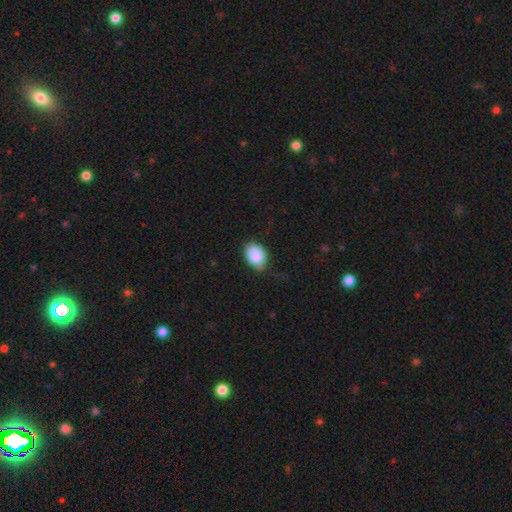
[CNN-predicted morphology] This appears to be a smooth galaxy with no disk features (87%) that is in between round and cigar-shaped (73%). Merging: none (62%).